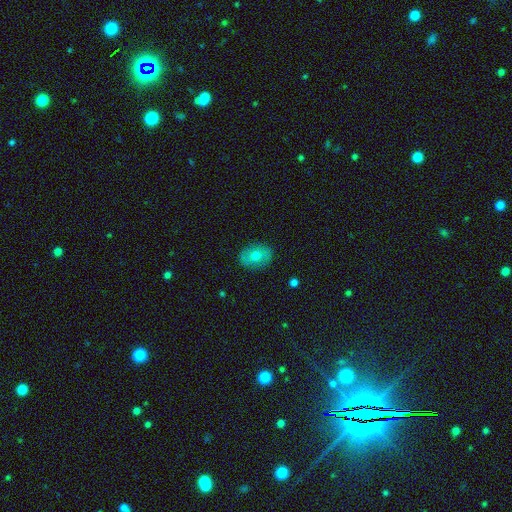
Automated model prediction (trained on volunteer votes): A smooth galaxy with no disk features (64%) that is in between round and cigar-shaped (60%).

Vote fractions:
- Smooth or featured? smooth: 64% / featured or disk: 27% / star or artifact: 9%
- How rounded? in between: 60% / round: 39% / cigar-shaped: 1%
- Merging? none: 87% / minor disturbance: 10% / major disturbance: 2% / merger: 1%